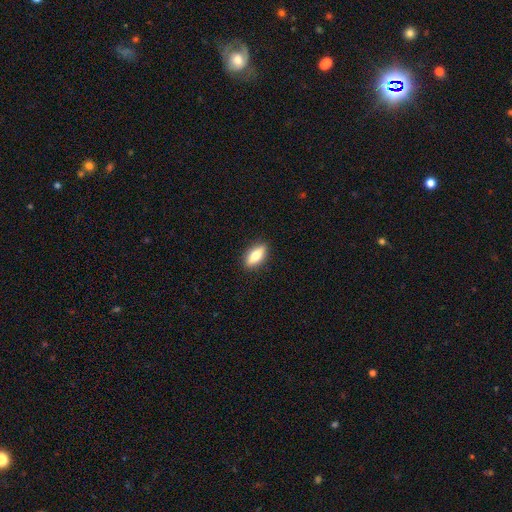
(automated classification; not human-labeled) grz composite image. It shows a smooth galaxy with no disk features (68%) that is in between round and cigar-shaped (74%). Merging: none (88%).